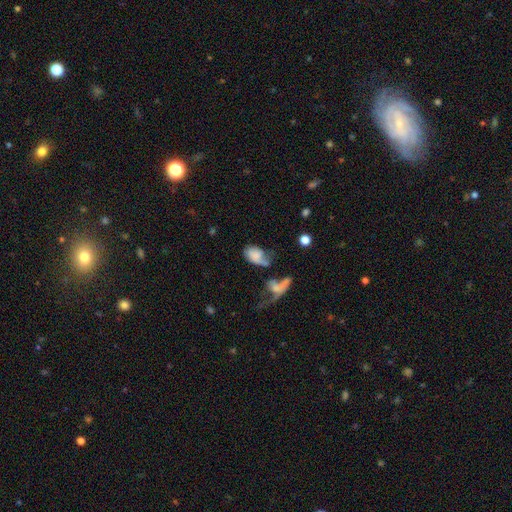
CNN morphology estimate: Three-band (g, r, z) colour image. It shows a smooth galaxy with no disk features (65%) that is in between round and cigar-shaped (87%). Merging: merger (31%).